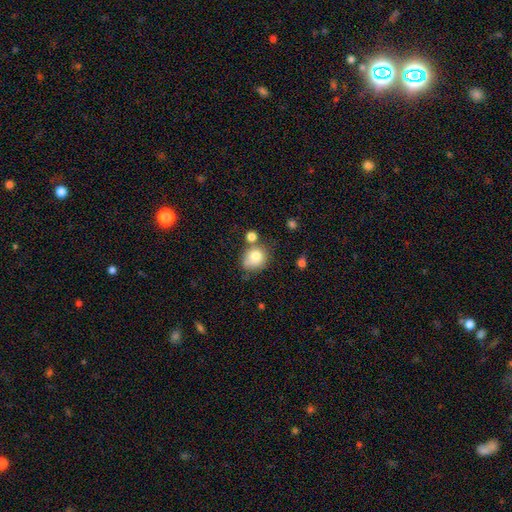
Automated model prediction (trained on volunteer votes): Smooth or featured? smooth (80%)
How rounded? round (66%)
Merging? none (51%)